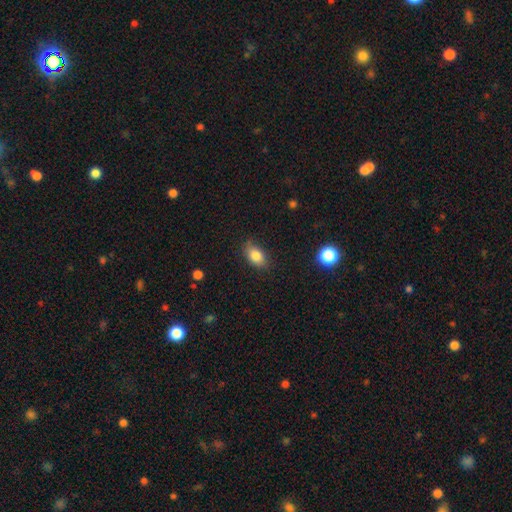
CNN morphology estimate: smooth_or_featured: smooth (p=0.83) [alt: featured or disk p=0.09]
how_rounded: in between (p=0.87) [alt: round p=0.11]
merging: none (p=0.80) [alt: minor disturbance p=0.16]